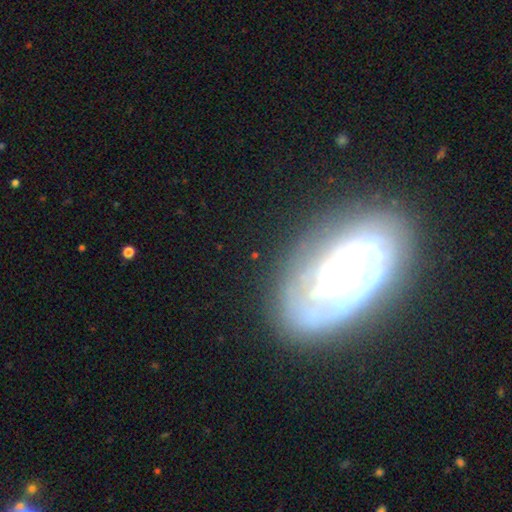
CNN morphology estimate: This is likely a featured or disk galaxy (61%). It is clearly not viewed edge-on (89%). Bar: likely no (69%). Spiral arm pattern: possibly yes (57%). Central bulge: marginally moderate (37%). Merging: likely none (71%).